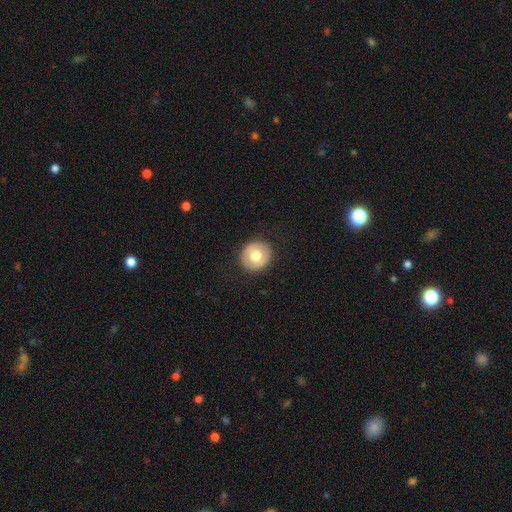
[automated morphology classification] Smooth or featured? Predicted: smooth (p=0.65). How rounded? Predicted: round (p=0.87). Merging? Predicted: none (p=0.90).